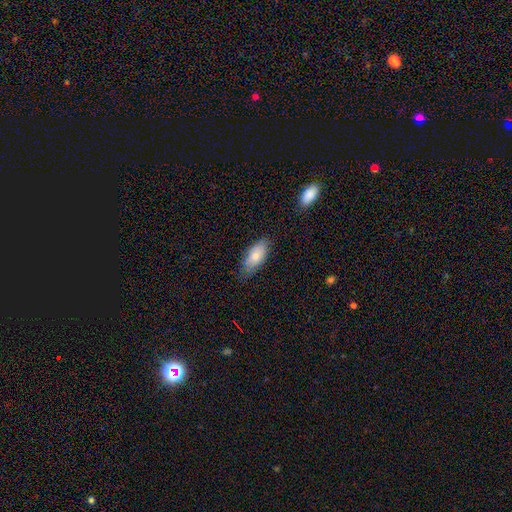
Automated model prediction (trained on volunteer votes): Overall: smooth (78%). How rounded: in between (86%). Merging: none (76%).